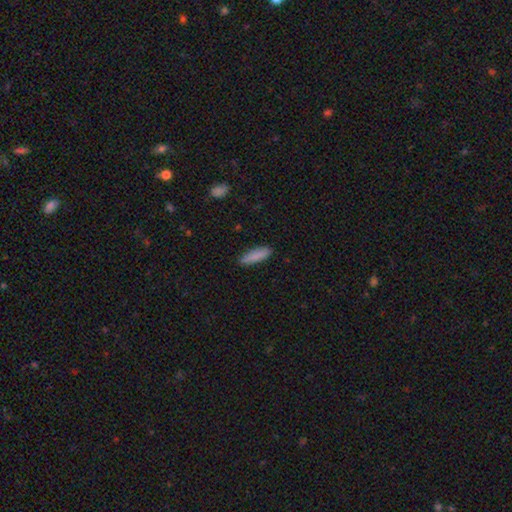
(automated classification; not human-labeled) Morphology: type=smooth (87%); roundness=cigar-shaped (61%); merging=none (88%).